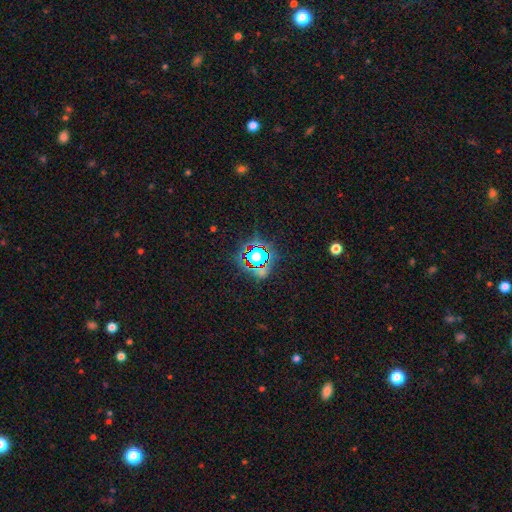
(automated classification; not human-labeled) Overall: star or artifact (63%; smooth 25%).